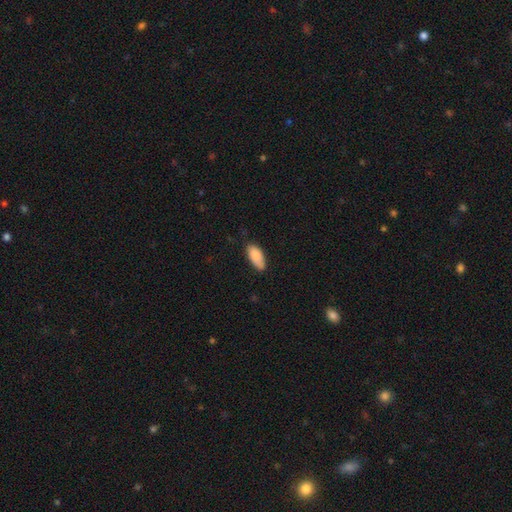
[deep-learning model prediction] smooth_or_featured: smooth (p=0.85) [alt: featured or disk p=0.09]
how_rounded: in between (p=0.87) [alt: cigar-shaped p=0.11]
merging: none (p=0.73) [alt: minor disturbance p=0.22]